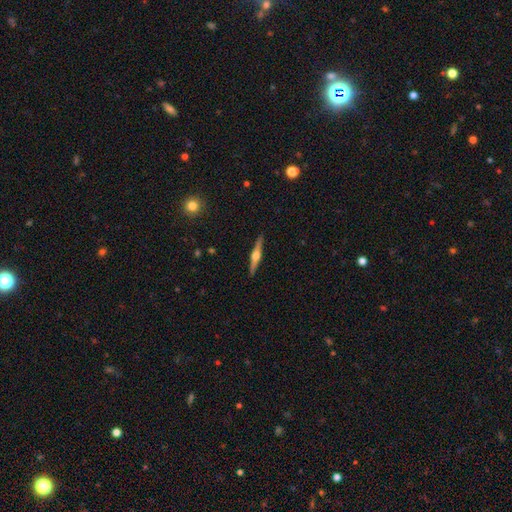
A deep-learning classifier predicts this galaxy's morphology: The model was most divided on "smooth or featured": featured or disk: 79%, smooth: 16%, star or artifact: 5%. More confident: edge-on disk — yes (98%); edge-on bulge — rounded (95%); merging — none (92%).